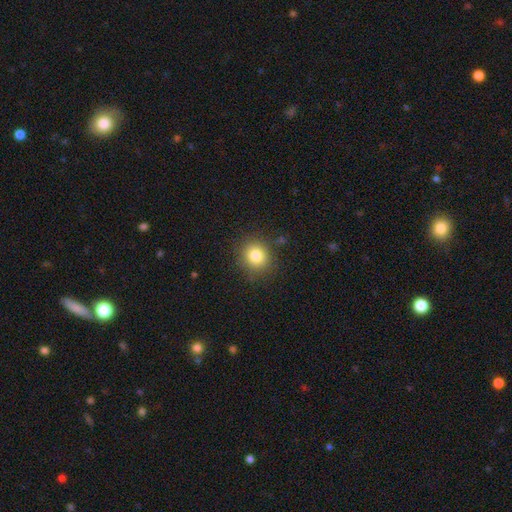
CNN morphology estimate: This is clearly a smooth galaxy (81%). How rounded: clearly round (85%). Merging: clearly none (86%).